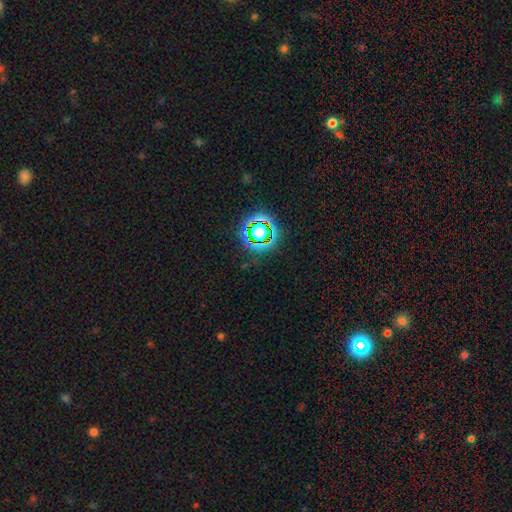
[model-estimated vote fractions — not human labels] The model was most divided on "smooth or featured": star or artifact: 78%, smooth: 14%, featured or disk: 8%.